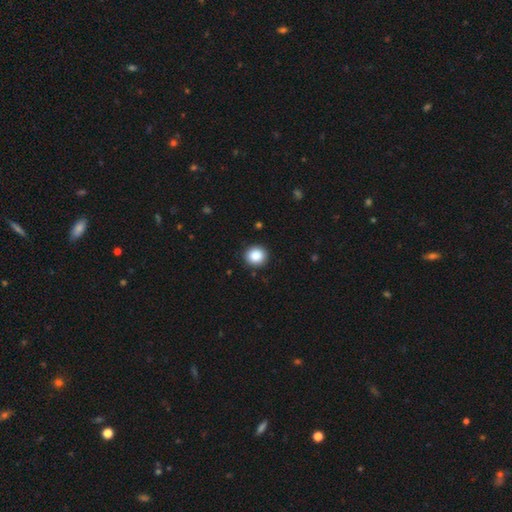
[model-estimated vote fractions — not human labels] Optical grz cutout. It shows a smooth galaxy with no disk features (88%) that is round (89%). Merging: none (91%).